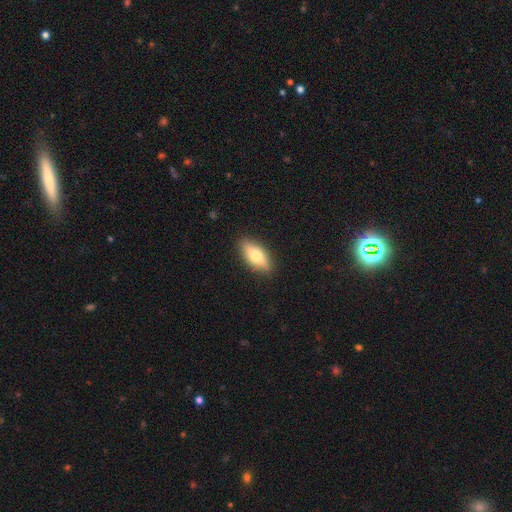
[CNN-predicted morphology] smooth 67%, featured or disk 26%, star or artifact 7%. Down the decision tree: how rounded — in between (78%); merging — none (86%).